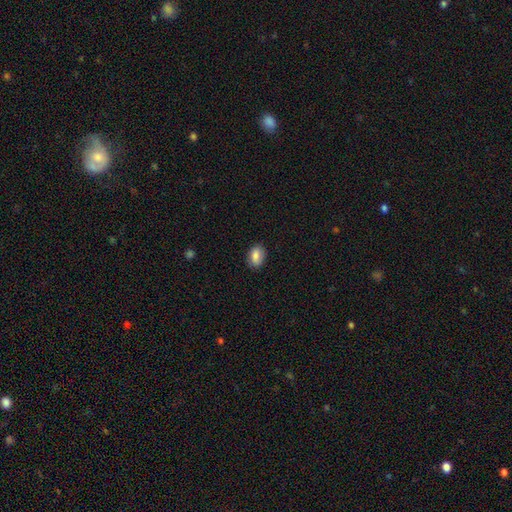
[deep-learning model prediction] The model was most divided on "how rounded": in between: 85%, round: 13%, cigar-shaped: 2%. More confident: merging — none (87%); smooth or featured — smooth (84%).